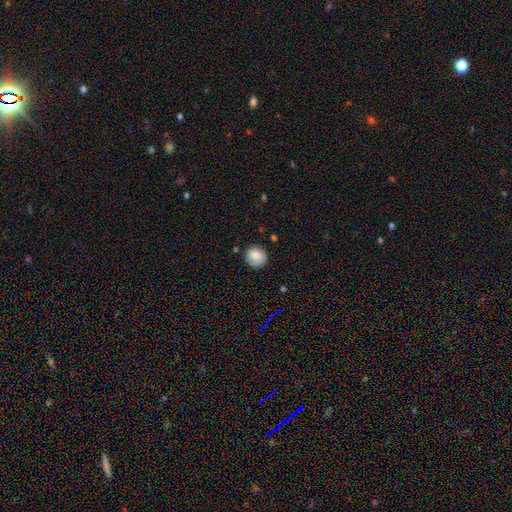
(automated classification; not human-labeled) This is clearly a smooth galaxy (84%). How rounded: clearly round (88%). Merging: clearly none (80%).